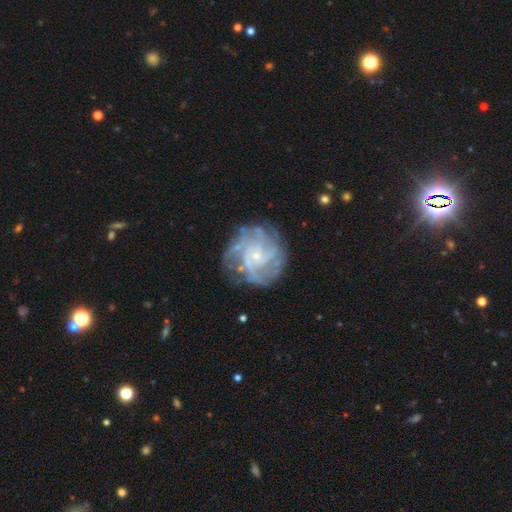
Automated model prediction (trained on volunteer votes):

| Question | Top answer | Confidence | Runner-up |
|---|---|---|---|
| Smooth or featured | featured or disk | 85% | smooth (8%) |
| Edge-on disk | no | 98% | yes (2%) |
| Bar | no | 69% | weak (27%) |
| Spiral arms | yes | 95% | no (5%) |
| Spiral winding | tight | 55% | medium (36%) |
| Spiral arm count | can't tell | 30% | 4 (22%) |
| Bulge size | small | 79% | moderate (13%) |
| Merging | none | 72% | minor disturbance (17%) |